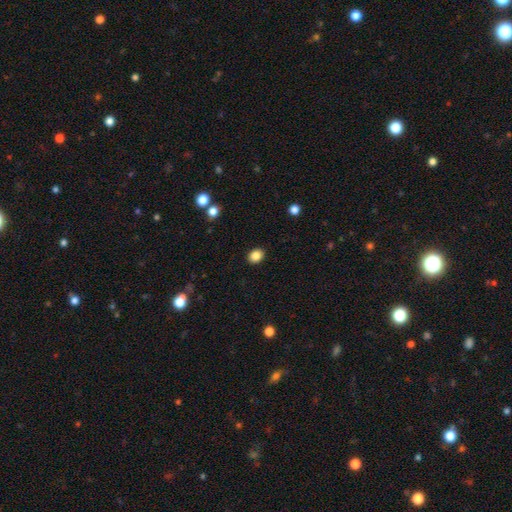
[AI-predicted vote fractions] This appears to be a smooth galaxy with no disk features (86%) that is in between round and cigar-shaped (51%). Merging: none (90%).